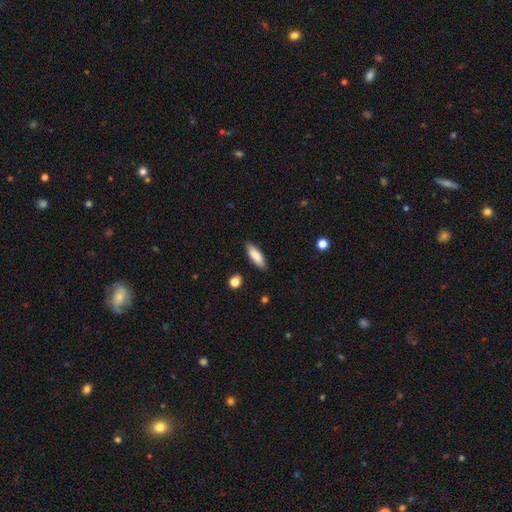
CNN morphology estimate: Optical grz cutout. It shows a smooth galaxy with no disk features (85%) that is in between round and cigar-shaped (54%). Merging: none (87%).